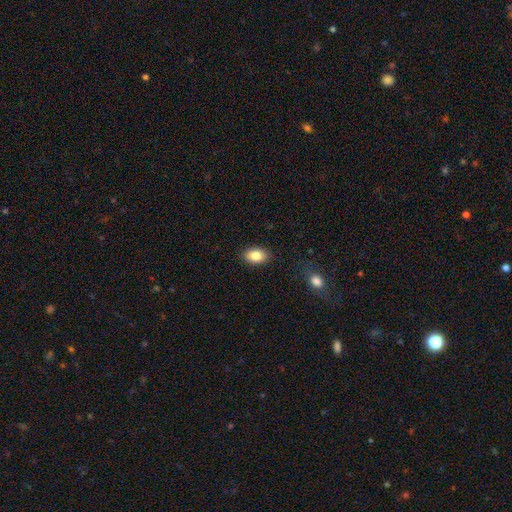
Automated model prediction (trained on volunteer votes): Smooth or featured? smooth (84%)
How rounded? in between (87%)
Merging? none (88%)